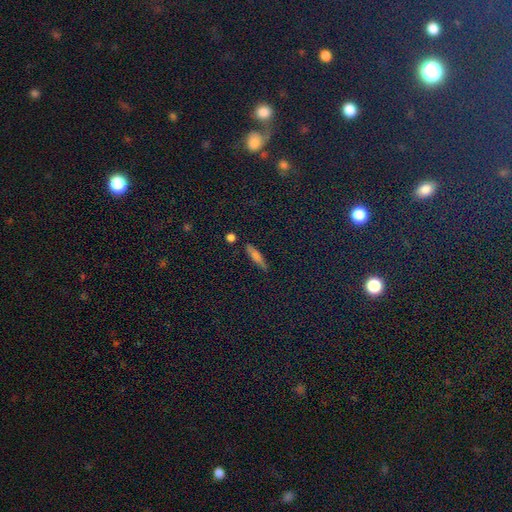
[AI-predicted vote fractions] Smooth or featured? Predicted: star or artifact (p=0.36, tied with smooth).